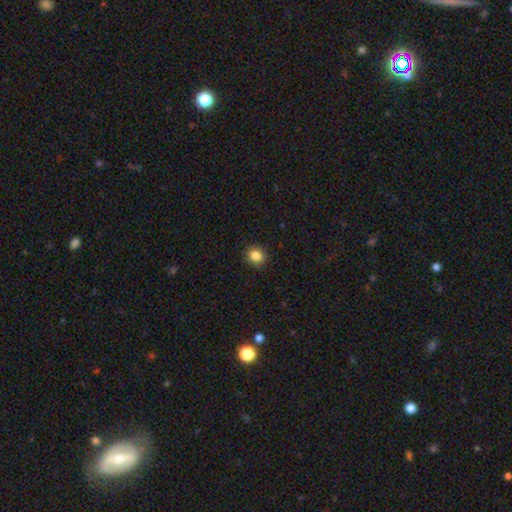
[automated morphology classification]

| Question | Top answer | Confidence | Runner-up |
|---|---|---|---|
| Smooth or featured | smooth | 85% | star or artifact (11%) |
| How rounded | round | 82% | in between (17%) |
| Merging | none | 91% | minor disturbance (7%) |